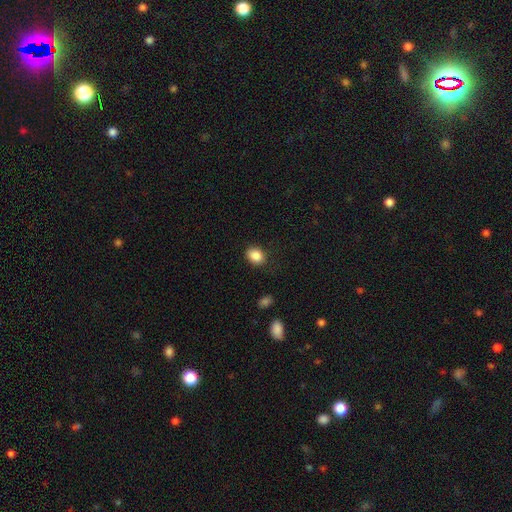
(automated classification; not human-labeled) smooth 87%, star or artifact 9%, featured or disk 4%. Down the decision tree: how rounded — in between (58%); merging — none (84%).